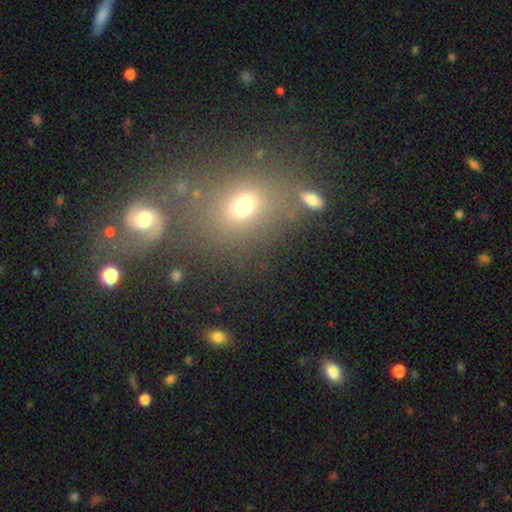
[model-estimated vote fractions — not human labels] Smooth or featured? smooth (50%)
Merging? none (66%)